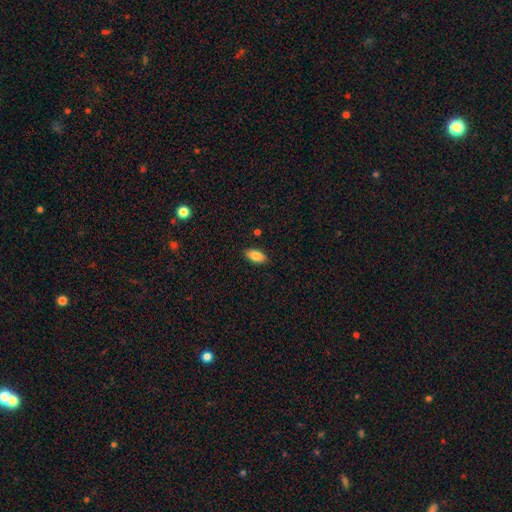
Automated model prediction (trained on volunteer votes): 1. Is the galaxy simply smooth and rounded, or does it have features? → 84% smooth, 8% featured or disk, 7% star or artifact.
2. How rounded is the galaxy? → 90% in between, 7% cigar-shaped, 3% round.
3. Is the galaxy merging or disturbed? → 87% none, 9% minor disturbance, 2% major disturbance, 1% merger.